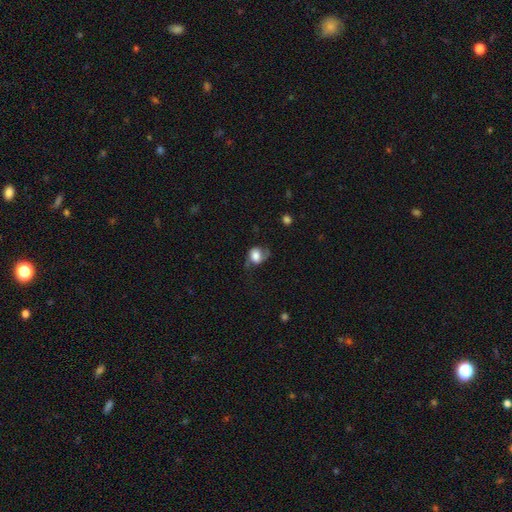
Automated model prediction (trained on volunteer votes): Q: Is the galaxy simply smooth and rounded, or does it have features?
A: smooth — 64%.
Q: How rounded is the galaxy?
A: round — 55%.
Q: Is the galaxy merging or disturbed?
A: none — 39%.